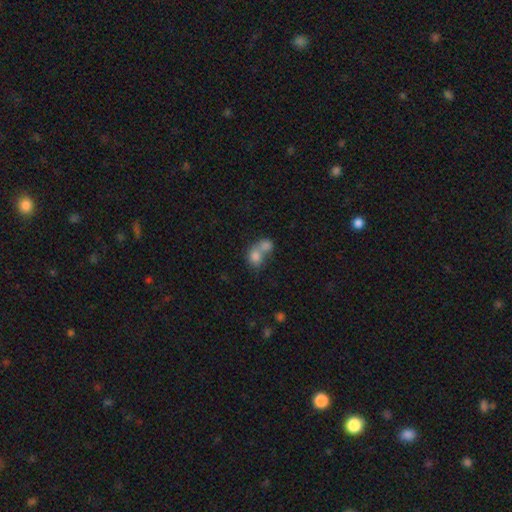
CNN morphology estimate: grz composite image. It shows a smooth galaxy with no disk features (78%) that is round (54%). Merging: merger (73%).